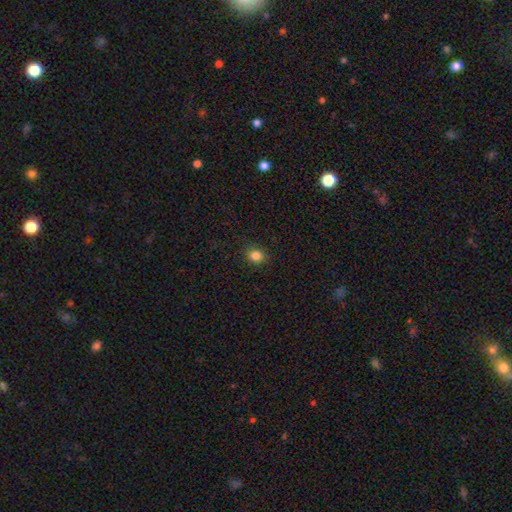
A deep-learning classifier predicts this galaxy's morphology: This is clearly a smooth galaxy (84%). How rounded: clearly round (80%). Merging: clearly none (89%).